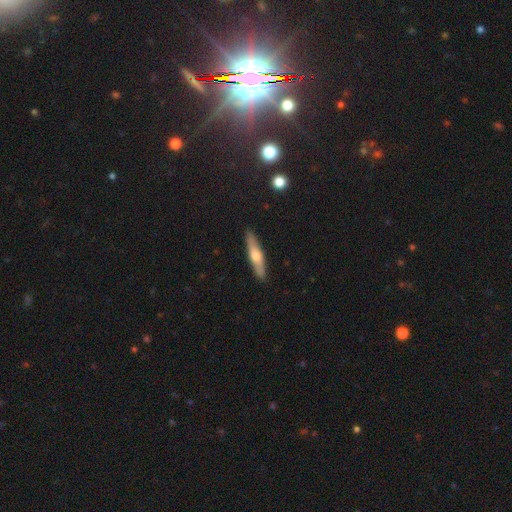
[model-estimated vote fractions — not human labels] The model was most divided on "smooth or featured": smooth: 51%, featured or disk: 43%, star or artifact: 5%. More confident: merging — none (89%); how rounded — cigar-shaped (85%).